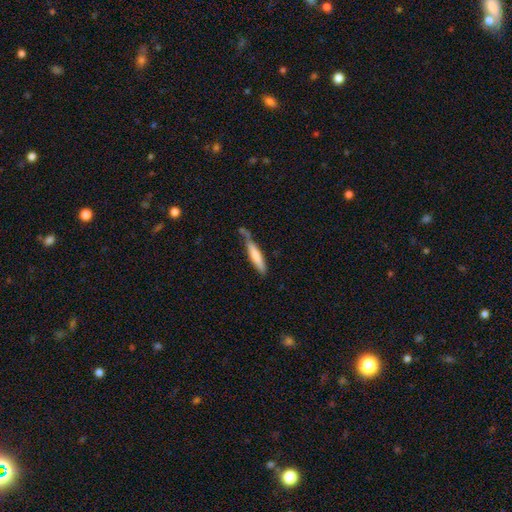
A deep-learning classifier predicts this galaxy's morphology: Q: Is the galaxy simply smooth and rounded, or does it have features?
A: smooth — 69%.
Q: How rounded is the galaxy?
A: cigar-shaped — 87%.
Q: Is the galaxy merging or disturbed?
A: none — 51%.